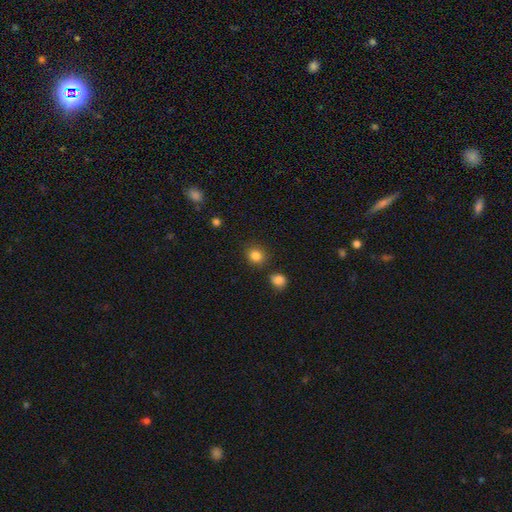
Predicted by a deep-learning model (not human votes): This appears to be a smooth galaxy with no disk features (84%) that is round (78%). Merging: none (82%).